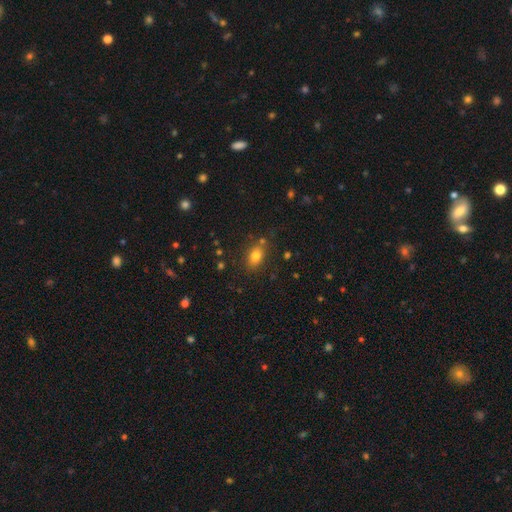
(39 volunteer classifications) A smooth galaxy with no disk features (72%) that is in between round and cigar-shaped (82%). Merging: none (80%).